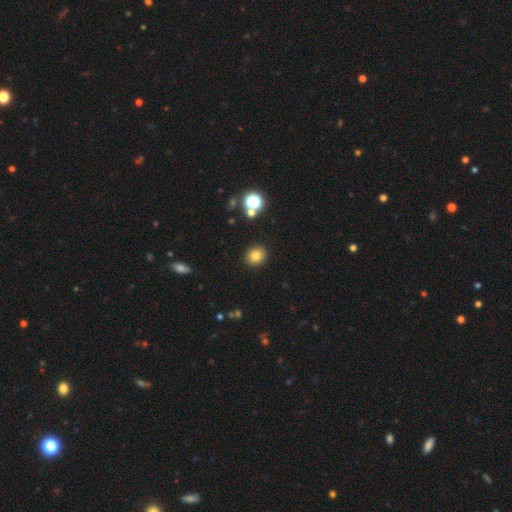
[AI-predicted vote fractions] Smooth or featured: smooth — 80% (star or artifact — 13%)
How rounded: round — 81% (in between — 18%)
Merging: none — 90% (minor disturbance — 6%)